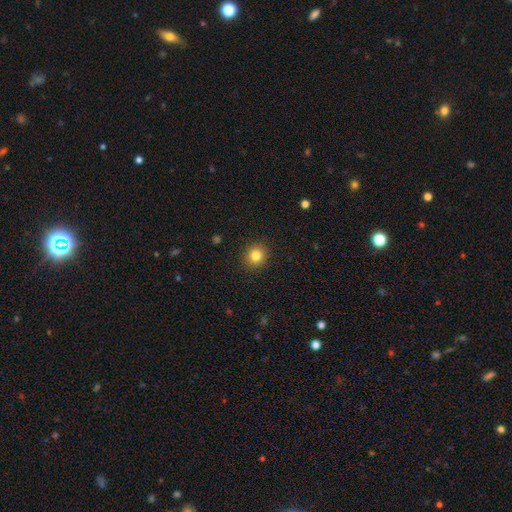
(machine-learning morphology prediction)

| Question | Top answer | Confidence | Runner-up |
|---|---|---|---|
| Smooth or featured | smooth | 82% | star or artifact (12%) |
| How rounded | round | 88% | in between (11%) |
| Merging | none | 91% | minor disturbance (6%) |